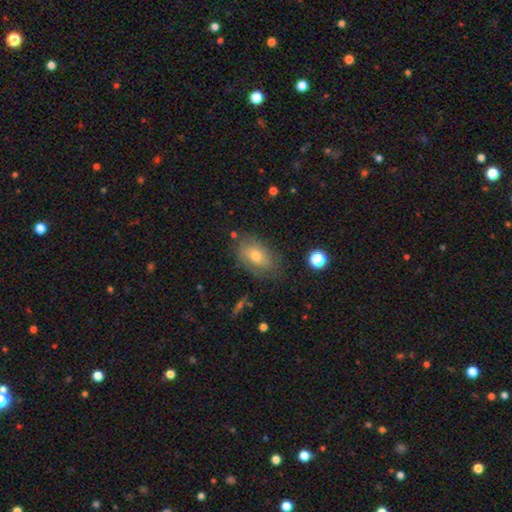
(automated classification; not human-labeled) Overall: smooth (51%; featured or disk 37%). How rounded: in between (86%). Merging: none (69%).